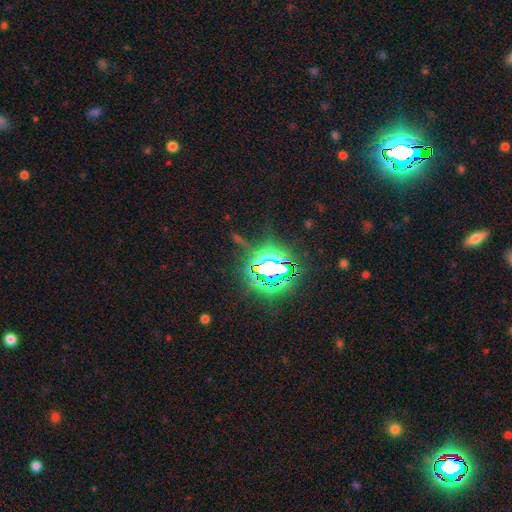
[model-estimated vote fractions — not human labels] A star or artifact, not a galaxy (81%).